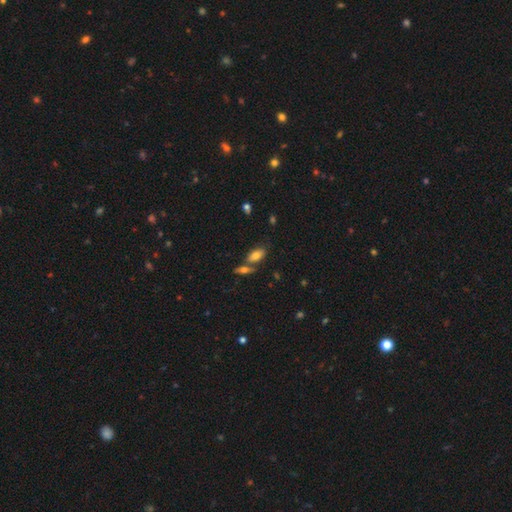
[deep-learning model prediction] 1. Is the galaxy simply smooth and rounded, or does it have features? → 74% smooth, 17% featured or disk, 9% star or artifact.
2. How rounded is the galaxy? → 90% in between, 6% cigar-shaped, 4% round.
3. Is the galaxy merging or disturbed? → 55% none, 30% merger, 12% minor disturbance, 4% major disturbance.